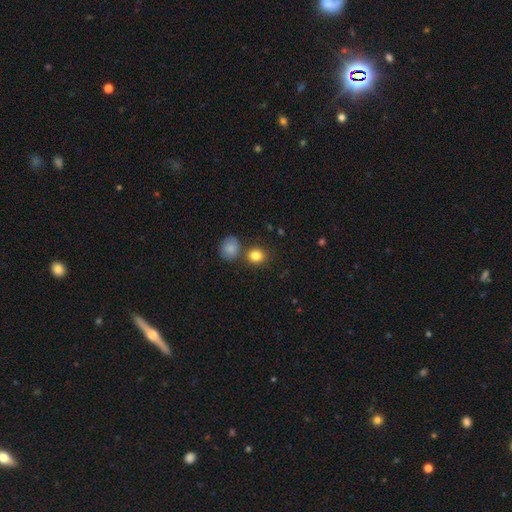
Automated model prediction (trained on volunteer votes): This appears to be a smooth galaxy with no disk features (83%) that is round (77%). Merging: none (72%).